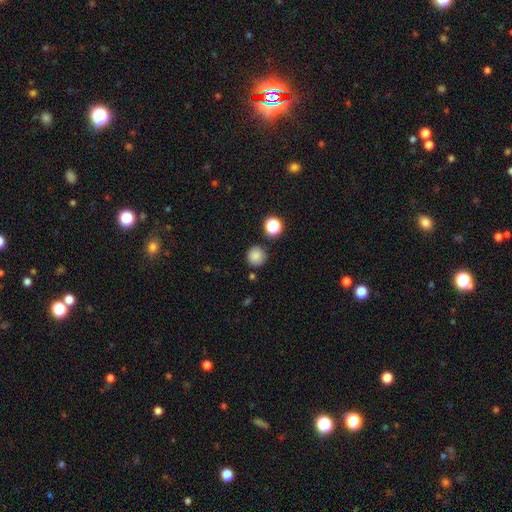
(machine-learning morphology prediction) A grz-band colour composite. It shows a smooth galaxy with no disk features (84%) that is round (94%). Merging: none (81%).